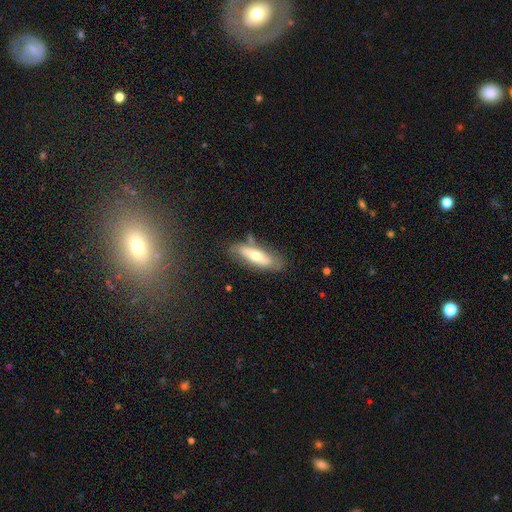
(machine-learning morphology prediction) type=smooth (49%); merging=none (72%).